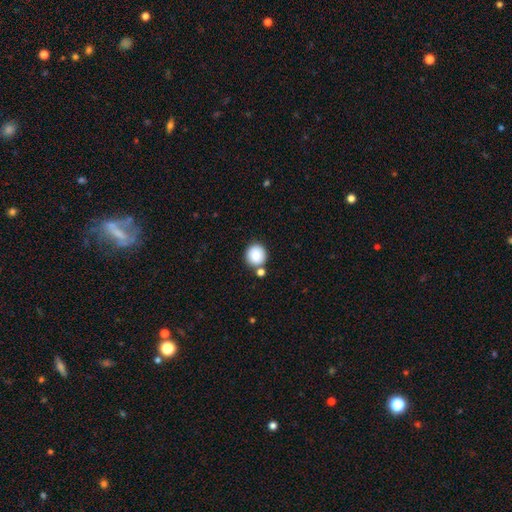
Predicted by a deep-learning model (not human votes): Smooth or featured: smooth — 84% (star or artifact — 8%)
How rounded: round — 91% (in between — 8%)
Merging: none — 76% (merger — 13%)